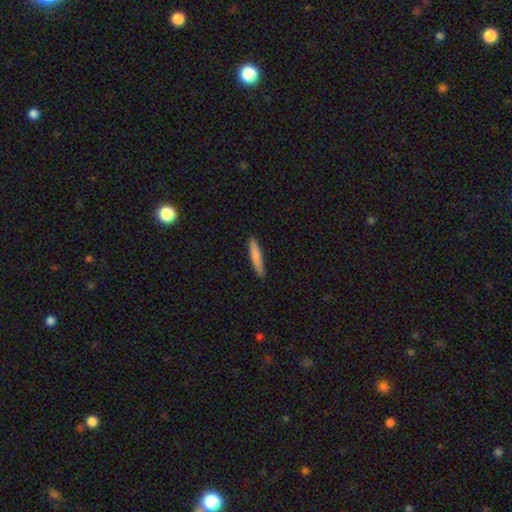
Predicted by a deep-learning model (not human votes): The model was most divided on "smooth or featured": smooth: 81%, featured or disk: 13%, star or artifact: 6%. More confident: how rounded — cigar-shaped (90%); merging — none (87%).